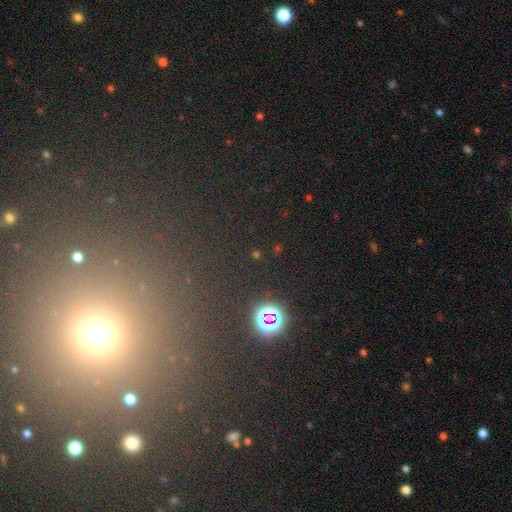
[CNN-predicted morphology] Q: Smooth or featured?
A: star or artifact (67%); runner-up: smooth (24%)